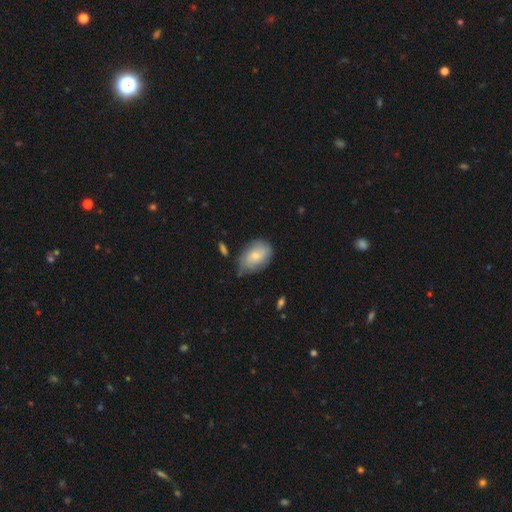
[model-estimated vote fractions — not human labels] Morphology: type=smooth (64%); roundness=in between (86%); merging=none (57%).